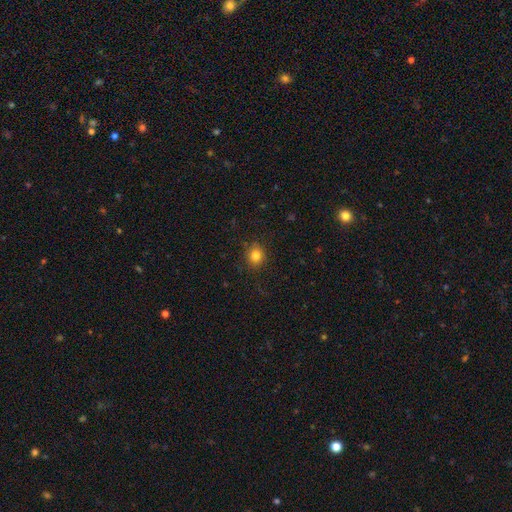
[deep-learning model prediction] A smooth galaxy with no disk features (82%) that is round (83%).

Vote fractions:
- Smooth or featured? smooth: 82% / star or artifact: 12% / featured or disk: 6%
- How rounded? round: 83% / in between: 17% / cigar-shaped: 1%
- Merging? none: 86% / minor disturbance: 10% / major disturbance: 3% / merger: 1%